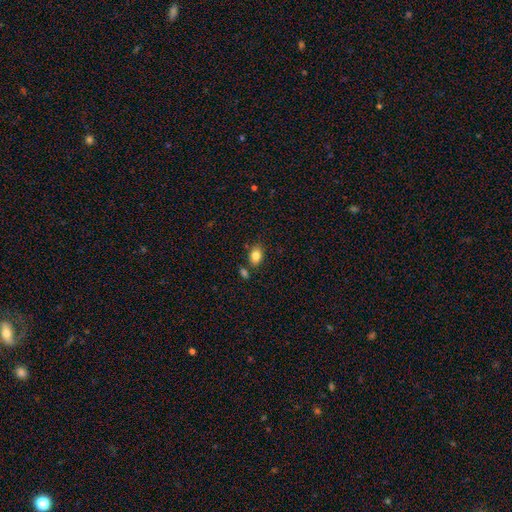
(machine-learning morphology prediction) Overall: smooth (83%). How rounded: in between (80%). Merging: none (77%).